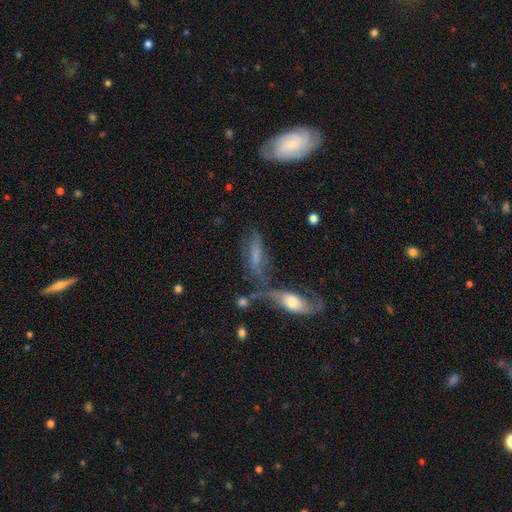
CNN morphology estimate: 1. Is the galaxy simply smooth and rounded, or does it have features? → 44% featured or disk, 43% smooth, 12% star or artifact.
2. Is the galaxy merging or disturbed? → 33% merger, 31% none, 18% minor disturbance, 17% major disturbance.